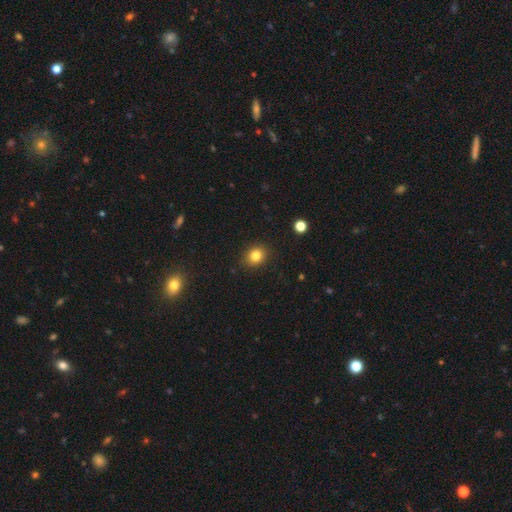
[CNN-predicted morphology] type=smooth (83%); roundness=round (64%); merging=none (88%).